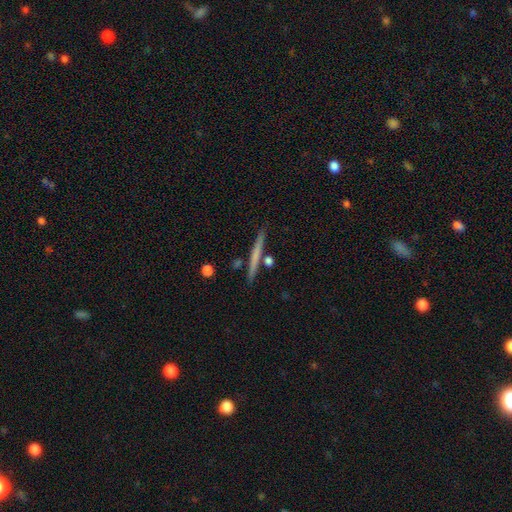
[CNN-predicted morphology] smooth-or-featured: smooth: 51% | featured or disk: 43% | star or artifact: 6%
  how-rounded: cigar-shaped: 95% | in between: 2% | round: 2%
  merging: none: 85% | minor disturbance: 8% | merger: 6% | major disturbance: 2%